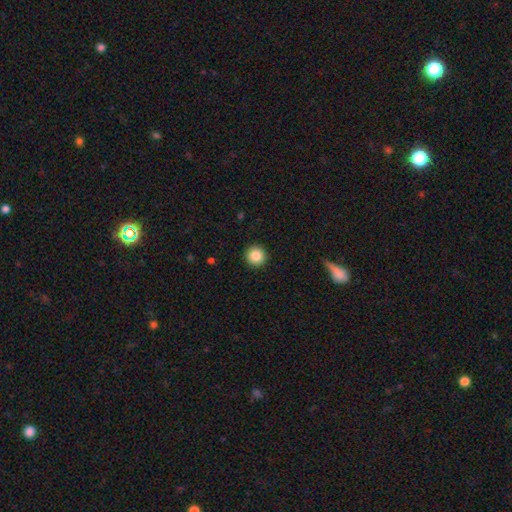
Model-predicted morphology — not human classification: smooth_or_featured: smooth (p=0.85) [alt: star or artifact p=0.09]
how_rounded: round (p=0.96) [alt: in between p=0.03]
merging: none (p=0.93) [alt: minor disturbance p=0.04]